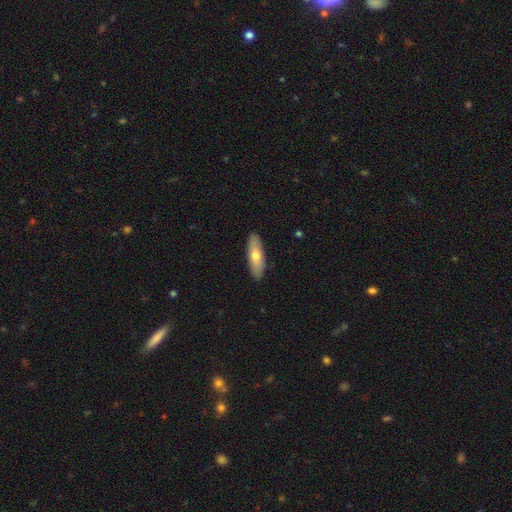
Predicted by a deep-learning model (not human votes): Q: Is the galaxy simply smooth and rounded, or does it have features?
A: smooth — 66%.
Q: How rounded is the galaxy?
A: in between — 61%.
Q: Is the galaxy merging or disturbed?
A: none — 88%.